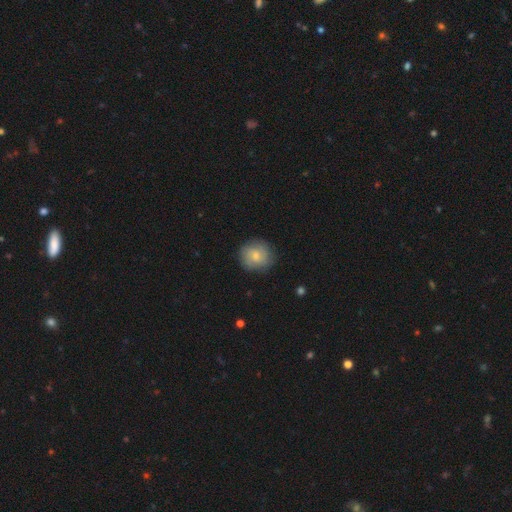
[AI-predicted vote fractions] Smooth or featured: smooth — 69% (featured or disk — 23%)
How rounded: round — 89% (in between — 10%)
Merging: none — 83% (minor disturbance — 12%)